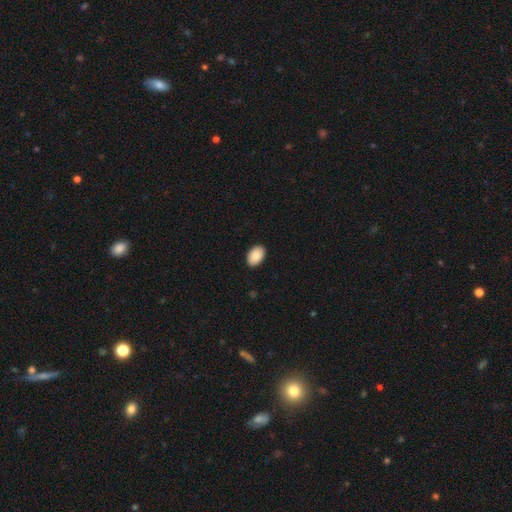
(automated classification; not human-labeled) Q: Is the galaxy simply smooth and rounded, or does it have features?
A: smooth — 91%.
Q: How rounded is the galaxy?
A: in between — 90%.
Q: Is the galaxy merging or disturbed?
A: none — 90%.